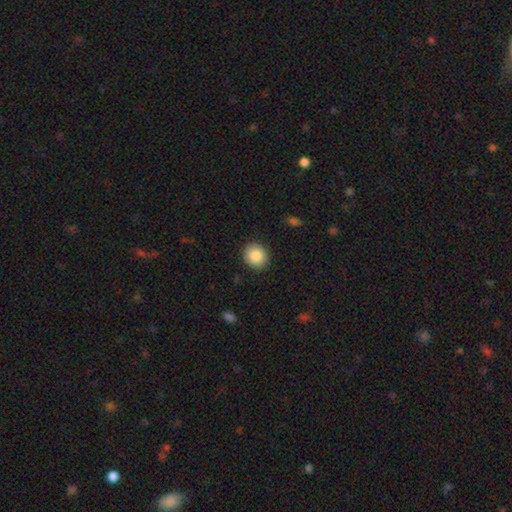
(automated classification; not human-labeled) This is clearly a smooth galaxy (88%). How rounded: likely round (79%). Merging: clearly none (90%).